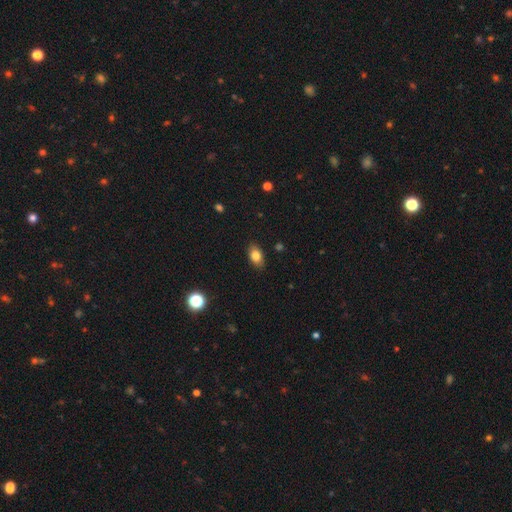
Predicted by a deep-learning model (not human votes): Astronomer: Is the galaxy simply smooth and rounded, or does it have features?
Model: smooth — 82%.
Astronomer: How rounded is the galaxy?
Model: in between — 85%.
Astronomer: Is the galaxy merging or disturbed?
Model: none — 85%.